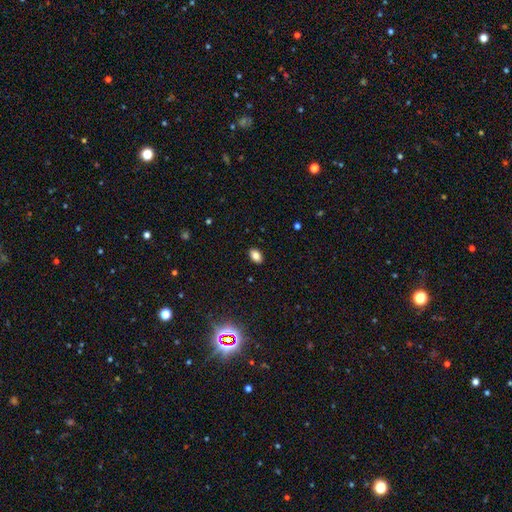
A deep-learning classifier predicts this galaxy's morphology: A smooth galaxy with no disk features (84%) that is in between round and cigar-shaped (88%).

Vote fractions:
- Smooth or featured? smooth: 84% / star or artifact: 10% / featured or disk: 6%
- How rounded? in between: 88% / round: 11% / cigar-shaped: 2%
- Merging? none: 89% / minor disturbance: 8% / major disturbance: 2% / merger: 1%